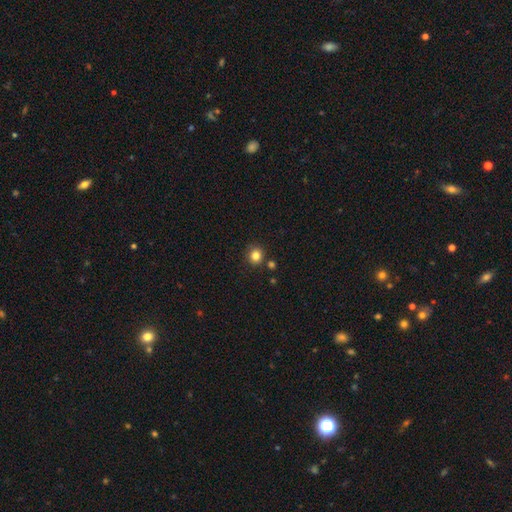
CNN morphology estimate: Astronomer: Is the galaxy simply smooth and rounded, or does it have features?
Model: smooth — 82%.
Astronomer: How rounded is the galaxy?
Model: round — 89%.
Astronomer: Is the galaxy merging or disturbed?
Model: none — 82%.